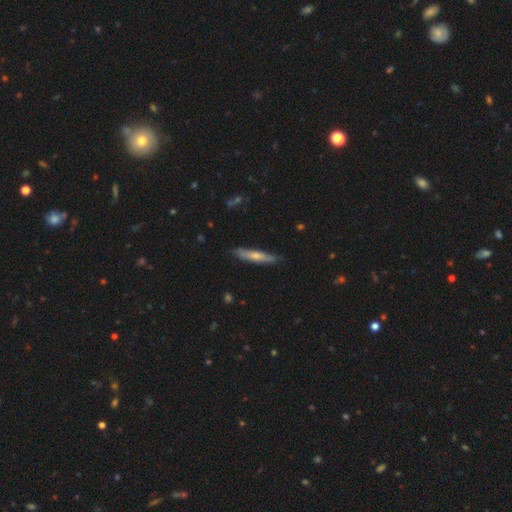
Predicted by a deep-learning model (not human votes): Morphology: type=smooth (55%); roundness=cigar-shaped (88%); merging=none (82%).